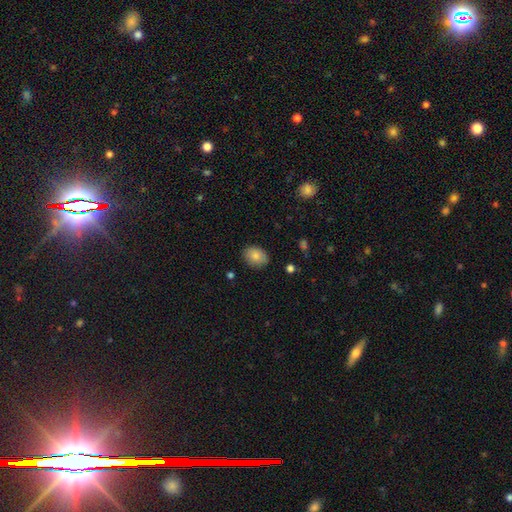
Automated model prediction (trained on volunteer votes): Overall: smooth (83%). How rounded: in between (62%; round 37%). Merging: none (83%).